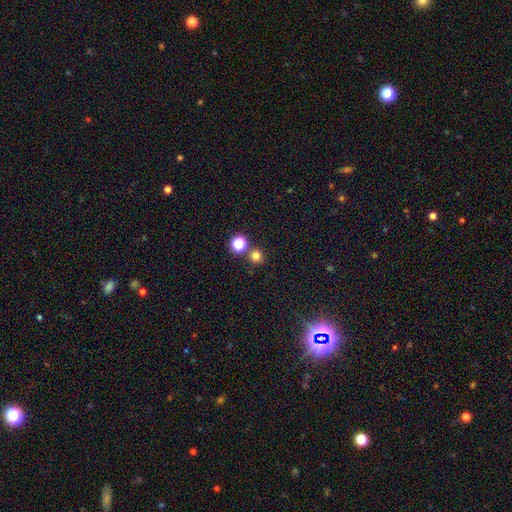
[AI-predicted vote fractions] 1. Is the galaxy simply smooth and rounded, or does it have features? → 77% smooth, 18% star or artifact, 5% featured or disk.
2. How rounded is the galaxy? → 93% round, 6% in between, 1% cigar-shaped.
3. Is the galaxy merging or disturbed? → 77% none, 15% merger, 6% minor disturbance, 2% major disturbance.